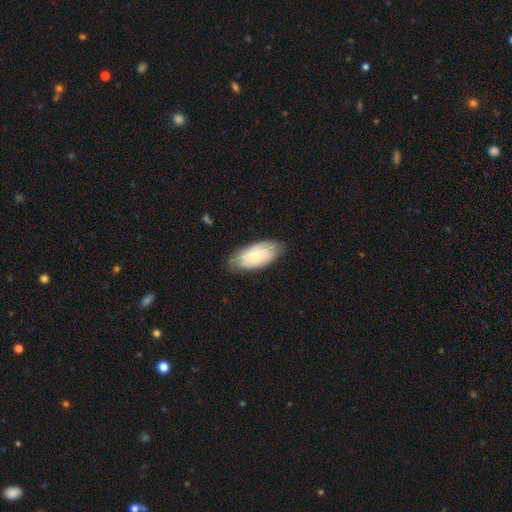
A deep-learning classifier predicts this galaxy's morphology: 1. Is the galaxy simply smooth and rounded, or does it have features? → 60% smooth, 34% featured or disk, 6% star or artifact.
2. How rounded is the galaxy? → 91% in between, 7% cigar-shaped, 3% round.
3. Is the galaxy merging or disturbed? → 77% none, 18% minor disturbance, 4% major disturbance, 1% merger.